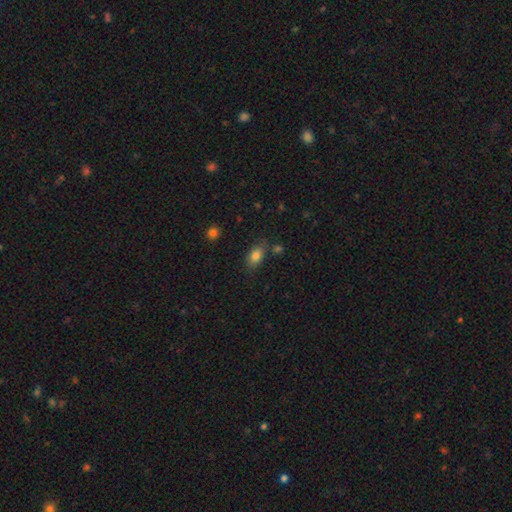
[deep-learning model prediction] Overall: smooth (82%). How rounded: in between (88%). Merging: none (75%).